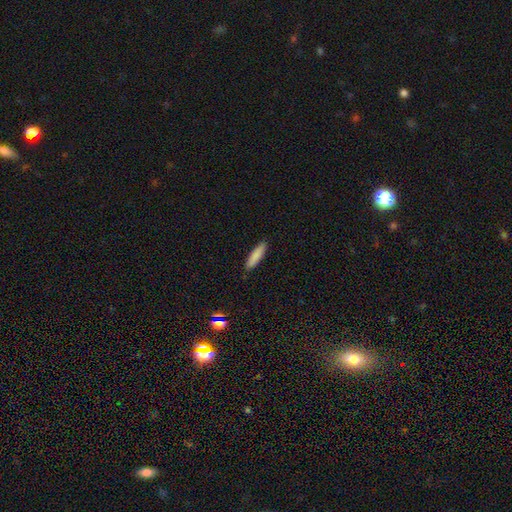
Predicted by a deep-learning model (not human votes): Overall: smooth (85%). How rounded: cigar-shaped (75%). Merging: none (89%).